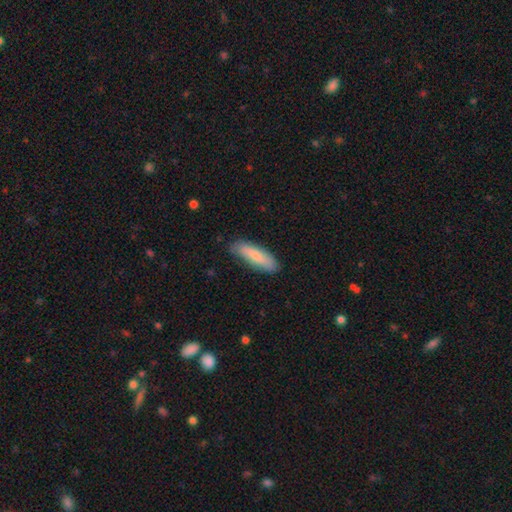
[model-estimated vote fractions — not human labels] Smooth or featured? smooth (80%)
How rounded? cigar-shaped (57%)
Merging? none (81%)